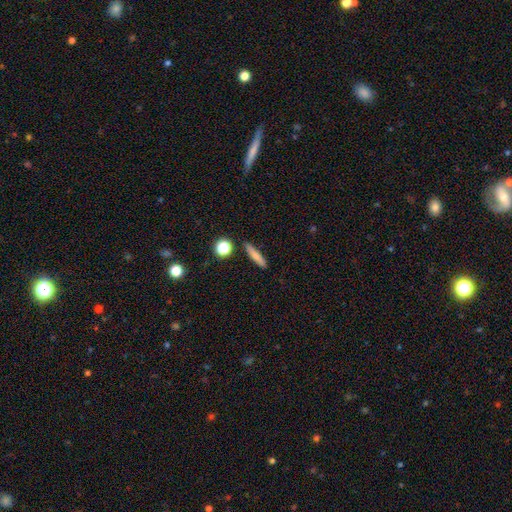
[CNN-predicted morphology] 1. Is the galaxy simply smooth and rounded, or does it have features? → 76% smooth, 14% featured or disk, 9% star or artifact.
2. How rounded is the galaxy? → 83% cigar-shaped, 13% in between, 5% round.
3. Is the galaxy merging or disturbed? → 86% none, 9% minor disturbance, 3% merger, 2% major disturbance.